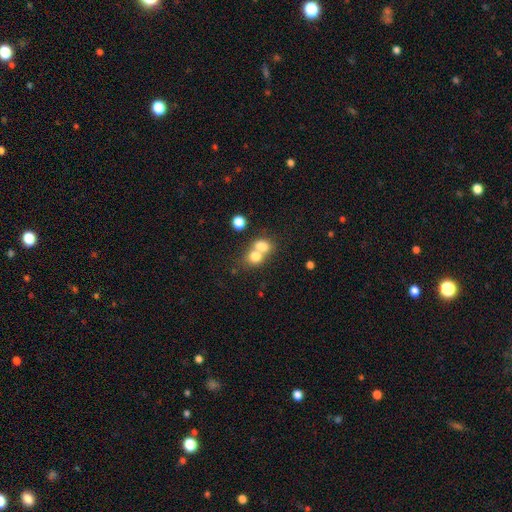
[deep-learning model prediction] Smooth or featured? Predicted: smooth (p=0.75). How rounded? Predicted: round (p=0.63). Merging? Predicted: merger (p=0.65).